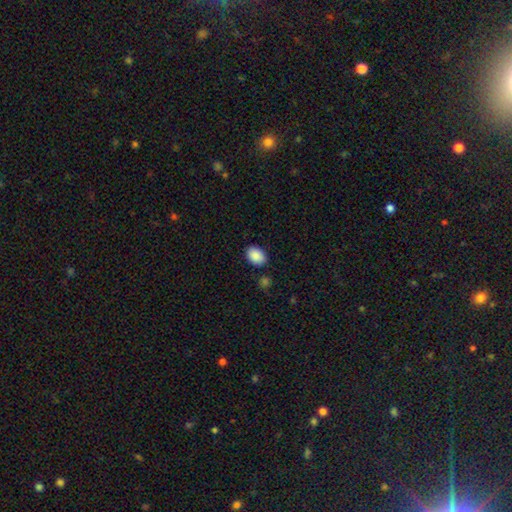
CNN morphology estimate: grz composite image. It shows a smooth galaxy with no disk features (90%) that is in between round and cigar-shaped (82%). Merging: none (84%).